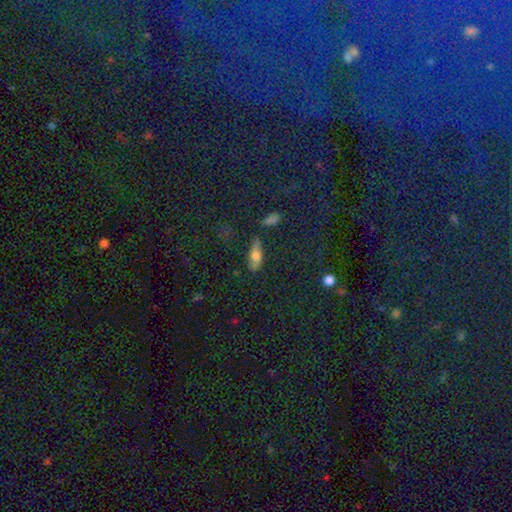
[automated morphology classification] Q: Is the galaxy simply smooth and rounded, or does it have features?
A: smooth — 65%.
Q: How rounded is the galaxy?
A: in between — 71%.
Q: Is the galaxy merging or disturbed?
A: none — 67%.